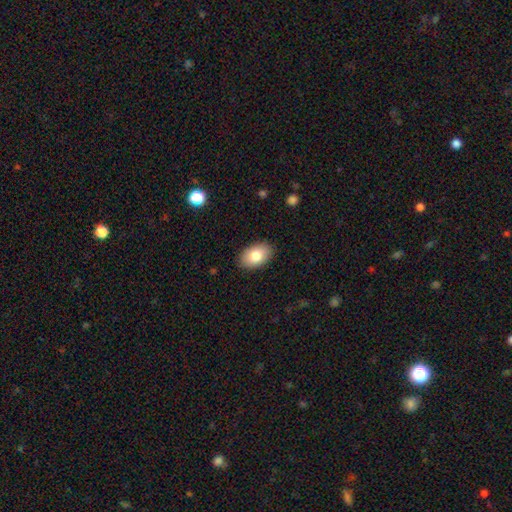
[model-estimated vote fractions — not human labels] smooth-or-featured: smooth: 82% | featured or disk: 12% | star or artifact: 7%
  how-rounded: in between: 92% | round: 7% | cigar-shaped: 1%
  merging: none: 88% | minor disturbance: 9% | major disturbance: 2% | merger: 1%